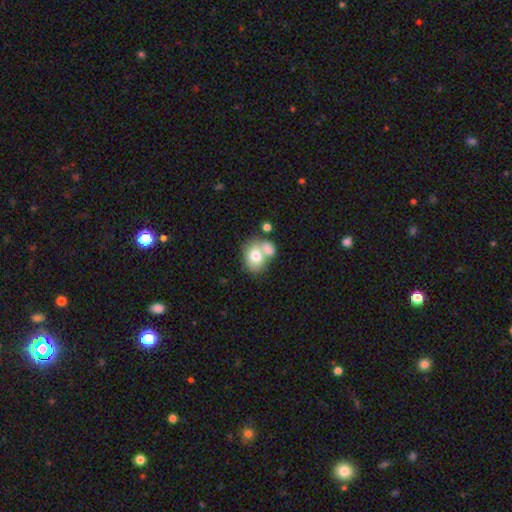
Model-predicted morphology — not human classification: A smooth galaxy with no disk features (72%) that is in between round and cigar-shaped (53%). Merging: merger (51%).